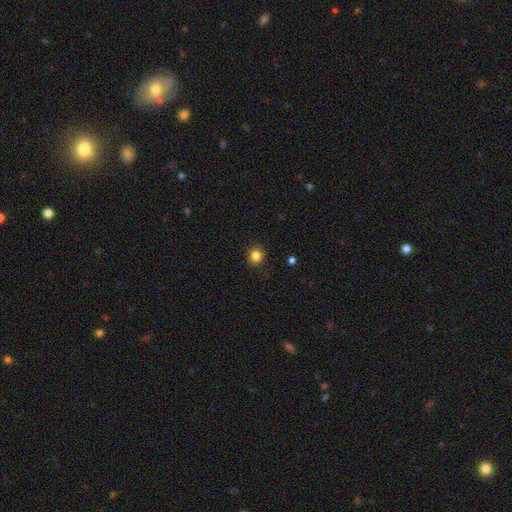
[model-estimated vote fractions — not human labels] The model was most divided on "smooth or featured": smooth: 84%, star or artifact: 12%, featured or disk: 4%. More confident: merging — none (90%); how rounded — round (89%).